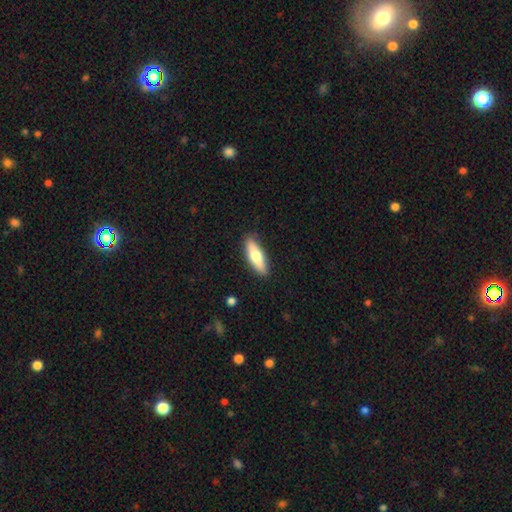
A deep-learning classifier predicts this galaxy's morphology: A smooth galaxy with no disk features (70%) that is cigar-shaped (55%). Merging: none (87%).